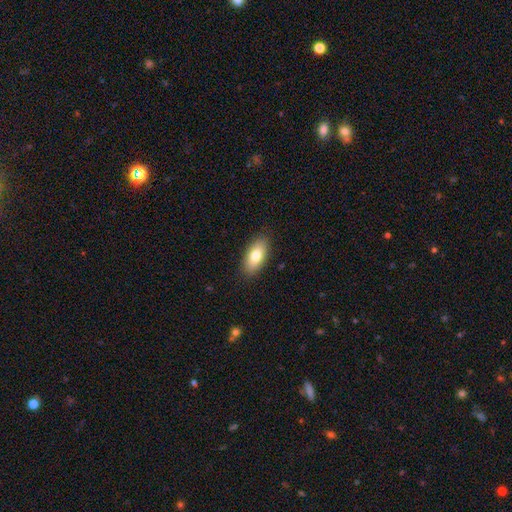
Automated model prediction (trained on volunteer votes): A smooth galaxy with no disk features (77%) that is in between round and cigar-shaped (87%).

Vote fractions:
- Smooth or featured? smooth: 77% / featured or disk: 16% / star or artifact: 7%
- How rounded? in between: 87% / cigar-shaped: 10% / round: 3%
- Merging? none: 88% / minor disturbance: 9% / major disturbance: 2% / merger: 1%